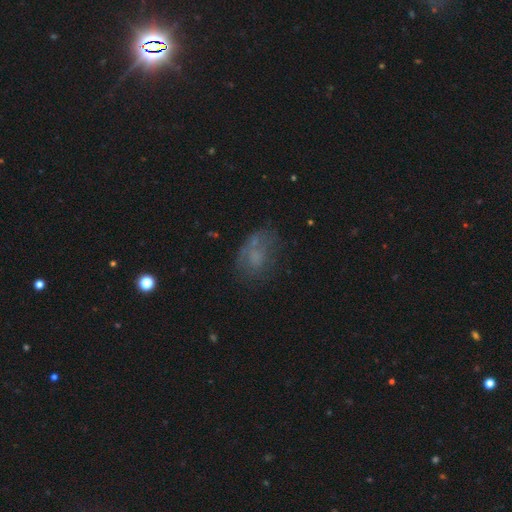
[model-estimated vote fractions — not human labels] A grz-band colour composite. It shows a smooth galaxy with no disk features (49%). Merging: none (48%).